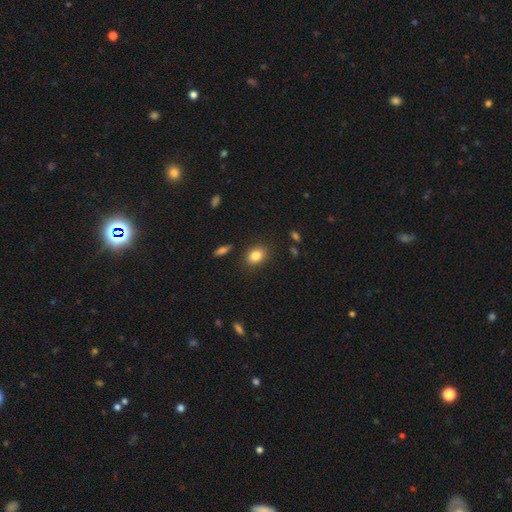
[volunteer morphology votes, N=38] This is clearly a smooth galaxy (84%). How rounded: likely in between (72%). Merging: clearly none (92%).